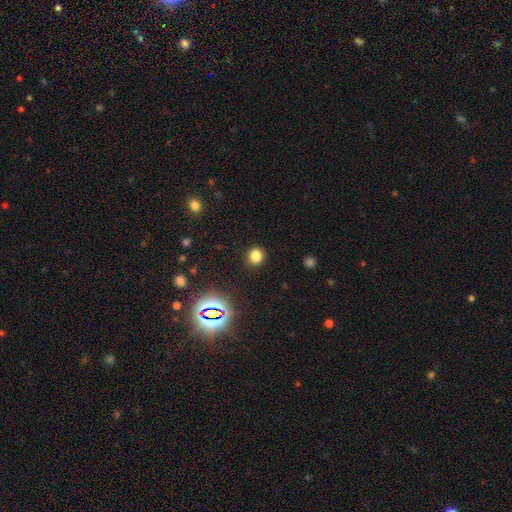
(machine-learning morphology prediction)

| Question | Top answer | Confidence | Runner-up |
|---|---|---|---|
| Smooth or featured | smooth | 78% | star or artifact (17%) |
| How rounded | round | 76% | in between (23%) |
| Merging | none | 89% | minor disturbance (7%) |